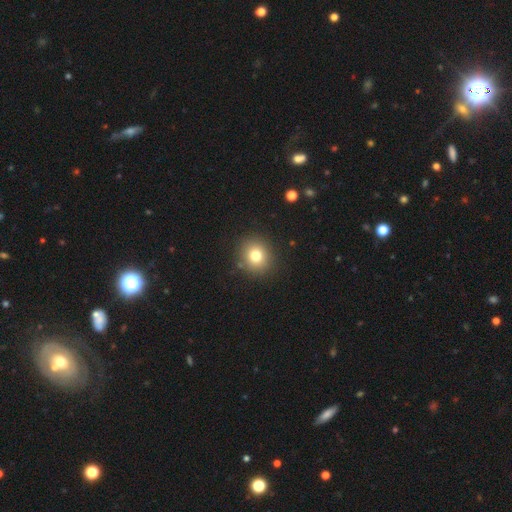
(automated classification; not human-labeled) smooth 77%, star or artifact 13%, featured or disk 10%. Down the decision tree: how rounded — round (84%); merging — none (89%).